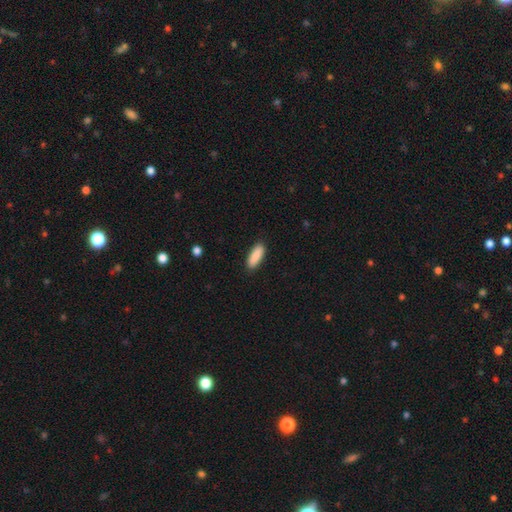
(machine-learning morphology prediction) smooth 89%, star or artifact 6%, featured or disk 5%. Down the decision tree: how rounded — in between (66%); merging — none (89%).